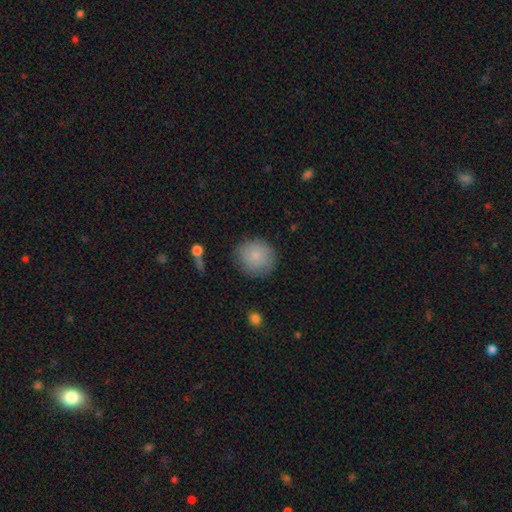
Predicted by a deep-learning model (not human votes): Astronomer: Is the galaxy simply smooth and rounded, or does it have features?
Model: smooth — 81%.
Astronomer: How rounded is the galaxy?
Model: round — 89%.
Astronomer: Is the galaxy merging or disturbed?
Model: none — 81%.